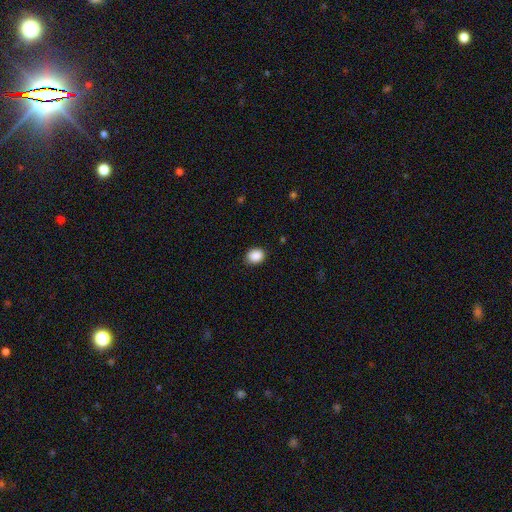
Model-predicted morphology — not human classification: A smooth galaxy with no disk features (89%) that is round (53%). Merging: none (87%).